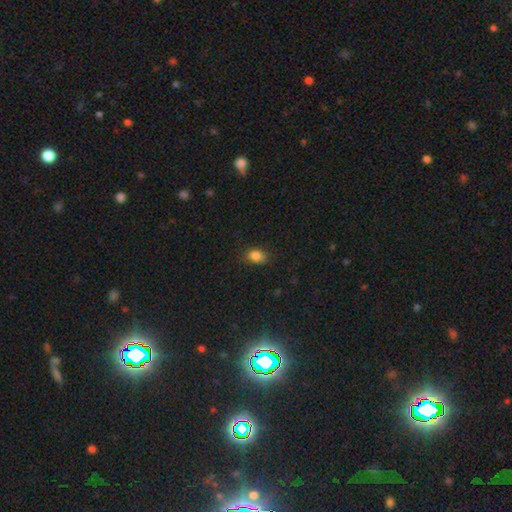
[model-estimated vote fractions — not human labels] This appears to be a smooth galaxy with no disk features (84%) that is in between round and cigar-shaped (71%). Merging: none (79%).